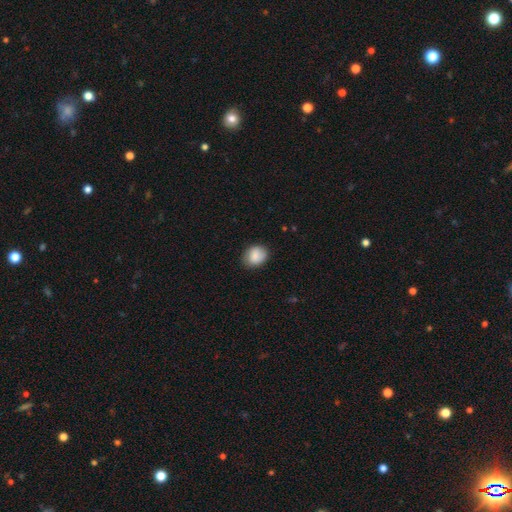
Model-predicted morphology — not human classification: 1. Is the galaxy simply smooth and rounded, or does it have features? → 86% smooth, 7% star or artifact, 6% featured or disk.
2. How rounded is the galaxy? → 56% round, 43% in between, 1% cigar-shaped.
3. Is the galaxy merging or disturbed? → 79% none, 16% minor disturbance, 3% major disturbance, 1% merger.